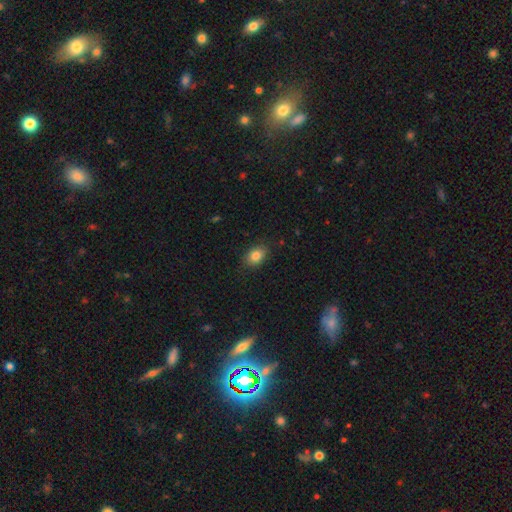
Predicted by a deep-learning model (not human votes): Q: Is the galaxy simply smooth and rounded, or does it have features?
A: smooth — 84%.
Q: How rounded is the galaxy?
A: in between — 77%.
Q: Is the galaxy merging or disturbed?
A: none — 83%.